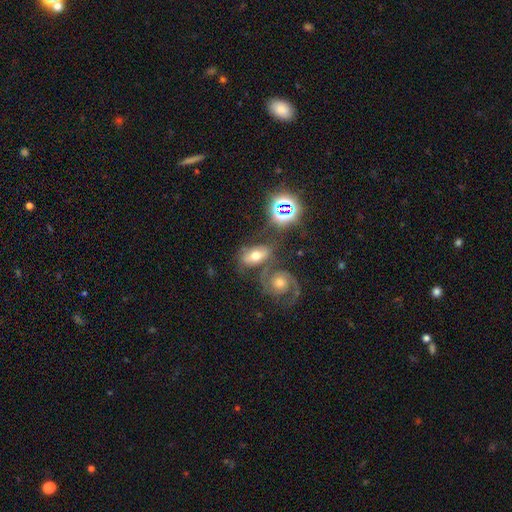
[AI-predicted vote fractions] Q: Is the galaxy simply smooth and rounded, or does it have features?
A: featured or disk — 44%.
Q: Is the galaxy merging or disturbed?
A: none — 40%.